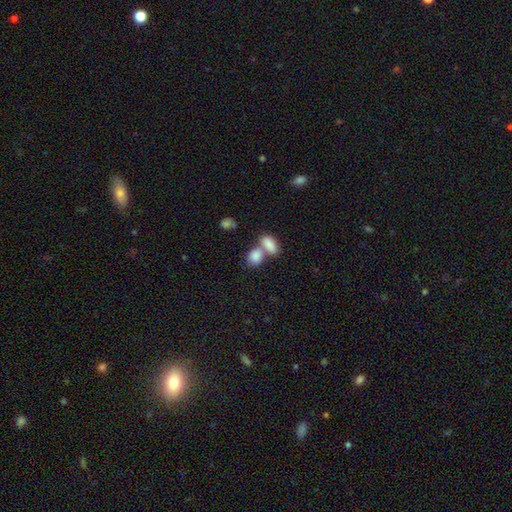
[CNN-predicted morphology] A smooth galaxy with no disk features (84%) that is in between round and cigar-shaped (76%).

Vote fractions:
- Smooth or featured? smooth: 84% / featured or disk: 8% / star or artifact: 8%
- How rounded? in between: 76% / round: 22% / cigar-shaped: 3%
- Merging? merger: 55% / none: 32% / minor disturbance: 8% / major disturbance: 4%